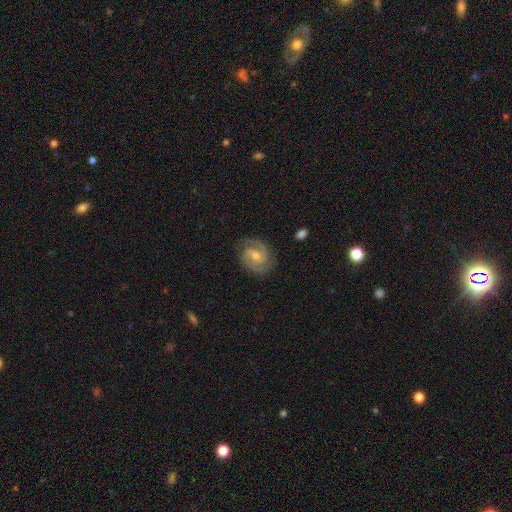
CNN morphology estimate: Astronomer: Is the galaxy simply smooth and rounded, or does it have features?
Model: featured or disk — 86%.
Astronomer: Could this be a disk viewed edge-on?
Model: no — 98%.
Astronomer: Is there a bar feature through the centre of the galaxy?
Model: weak — 52% (runner-up: no, 34%).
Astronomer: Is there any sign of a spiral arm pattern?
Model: yes — 97%.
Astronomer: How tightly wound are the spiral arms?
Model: tight — 48% (runner-up: medium, 44%).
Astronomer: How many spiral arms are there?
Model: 2 — 80%.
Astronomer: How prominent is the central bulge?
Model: small — 49% (runner-up: moderate, 45%).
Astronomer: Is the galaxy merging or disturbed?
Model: none — 82%.